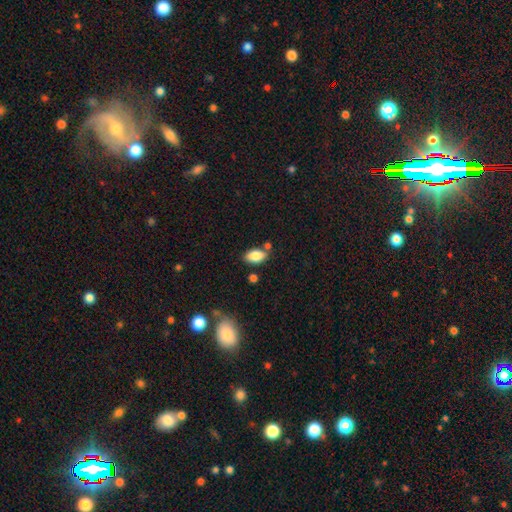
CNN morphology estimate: Smooth or featured?
  - smooth: 84% *
  - featured or disk: 8%
  - star or artifact: 8%
How rounded?
  - in between: 92% *
  - round: 5%
  - cigar-shaped: 2%
Merging?
  - none: 73% *
  - minor disturbance: 13%
  - merger: 10%
  - major disturbance: 3%